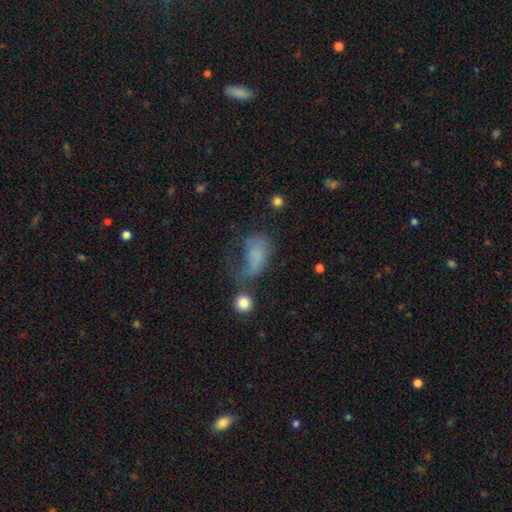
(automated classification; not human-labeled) Smooth or featured?
  - smooth: 63% *
  - featured or disk: 22%
  - star or artifact: 14%
How rounded?
  - in between: 84% *
  - round: 13%
  - cigar-shaped: 3%
Merging?
  - major disturbance: 51% *
  - minor disturbance: 21%
  - none: 19%
  - merger: 9%